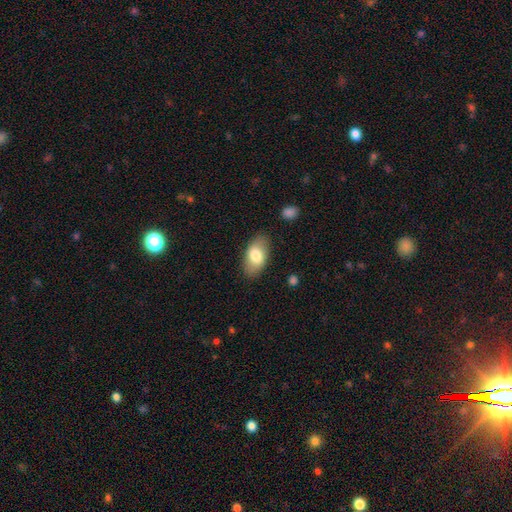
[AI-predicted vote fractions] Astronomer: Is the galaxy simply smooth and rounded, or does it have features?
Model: smooth — 75%.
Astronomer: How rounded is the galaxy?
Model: in between — 93%.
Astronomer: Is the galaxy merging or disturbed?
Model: none — 84%.